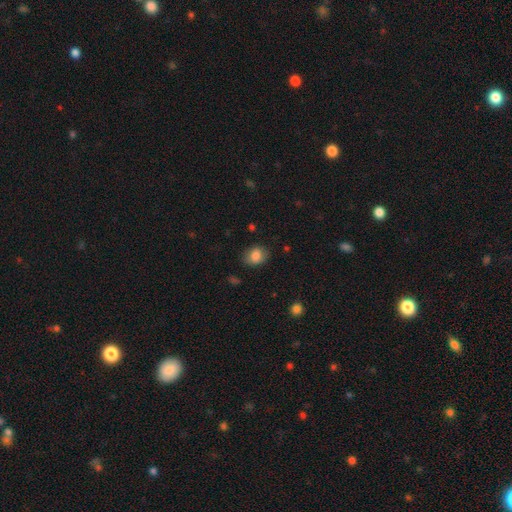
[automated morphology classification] This appears to be a smooth galaxy with no disk features (83%) that is in between round and cigar-shaped (56%). Merging: none (75%).